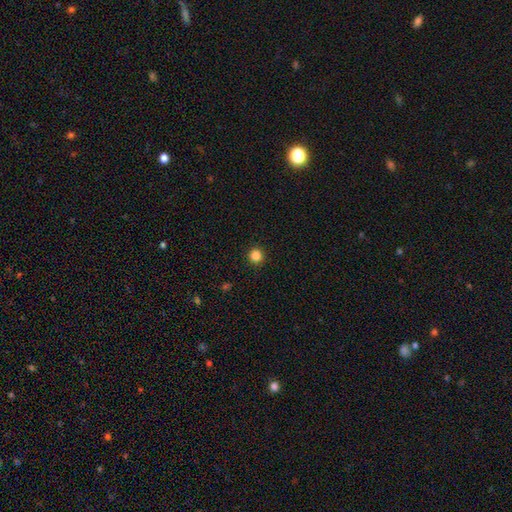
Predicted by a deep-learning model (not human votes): Smooth or featured? Predicted: smooth (p=0.85). How rounded? Predicted: round (p=0.95). Merging? Predicted: none (p=0.93).